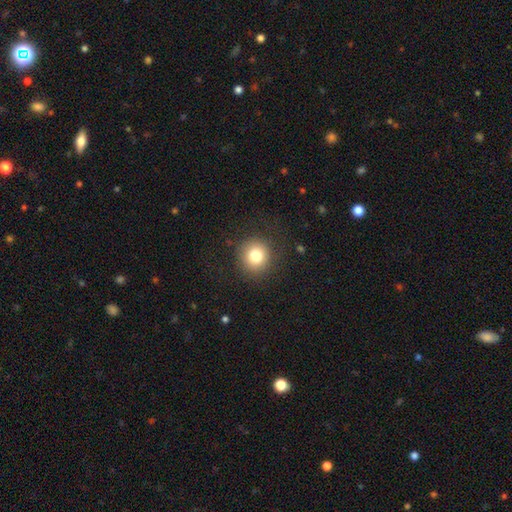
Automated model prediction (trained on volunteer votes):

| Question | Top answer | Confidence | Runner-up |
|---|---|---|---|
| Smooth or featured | smooth | 79% | star or artifact (12%) |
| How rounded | round | 91% | in between (8%) |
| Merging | none | 87% | minor disturbance (8%) |